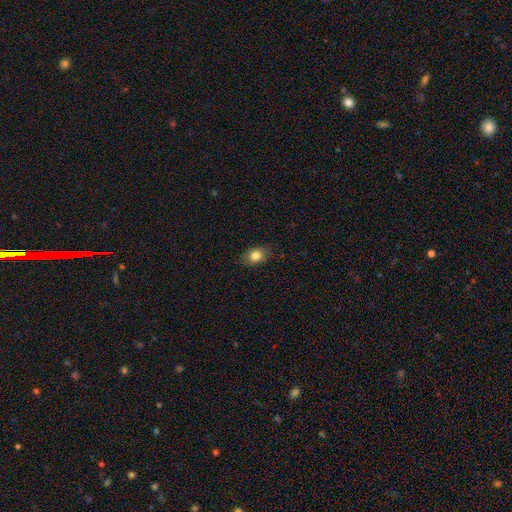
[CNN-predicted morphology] Smooth or featured: smooth — 81% (featured or disk — 9%)
How rounded: in between — 71% (round — 27%)
Merging: none — 83% (minor disturbance — 13%)